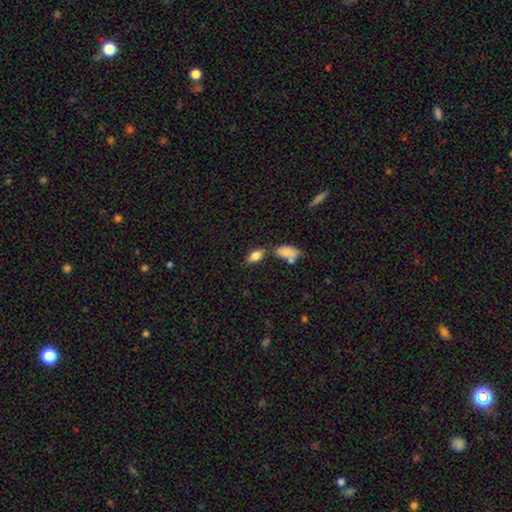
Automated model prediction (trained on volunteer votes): Overall: smooth (80%). How rounded: in between (88%). Merging: none (64%).